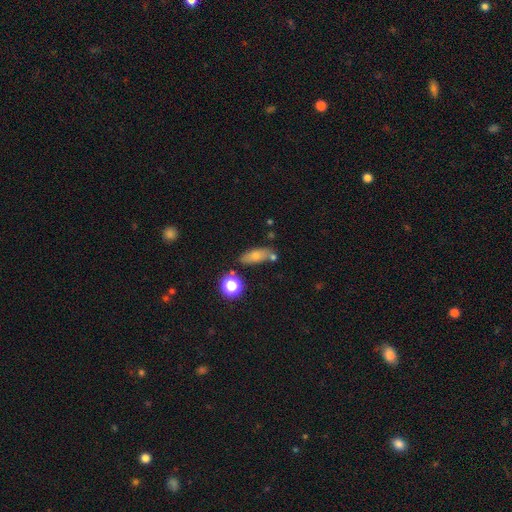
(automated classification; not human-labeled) This appears to be a smooth galaxy with no disk features (66%) that is in between round and cigar-shaped (68%). Merging: none (66%).